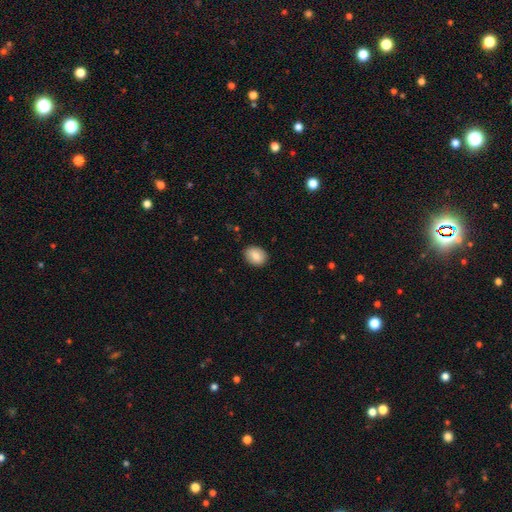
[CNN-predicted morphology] type=smooth (84%); roundness=in between (55%); merging=none (88%).